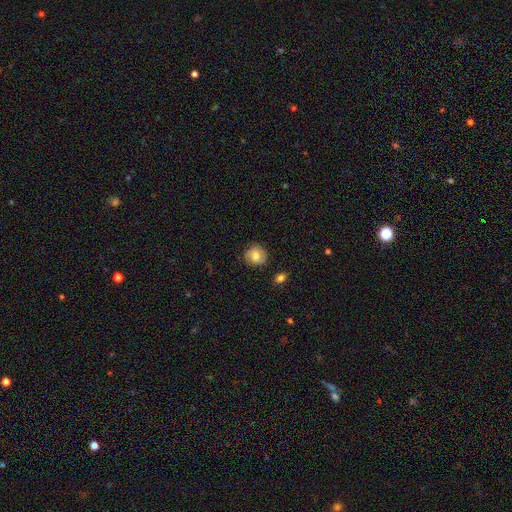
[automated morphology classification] Smooth or featured? smooth (77%)
How rounded? round (84%)
Merging? none (82%)